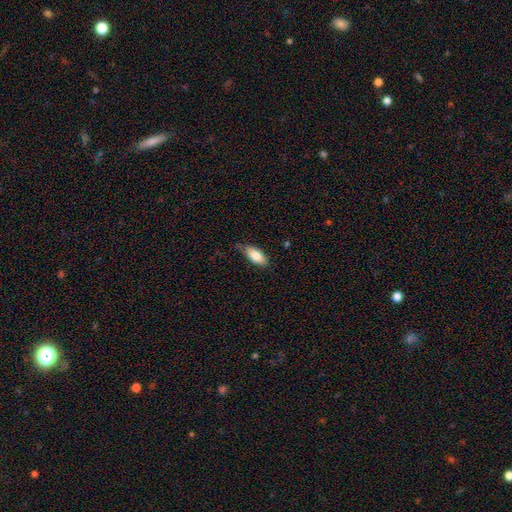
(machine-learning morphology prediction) Q: Smooth or featured?
A: smooth (82%); runner-up: featured or disk (11%)
Q: How rounded?
A: in between (86%); runner-up: cigar-shaped (12%)
Q: Merging?
A: none (65%); runner-up: minor disturbance (28%)